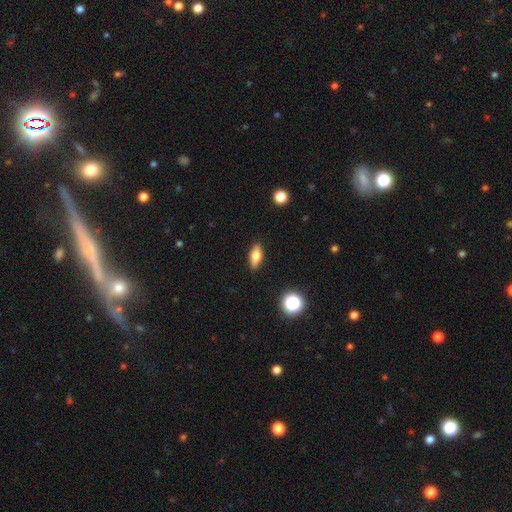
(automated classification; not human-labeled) This is likely a smooth galaxy (69%). How rounded: likely in between (73%). Merging: clearly none (89%).